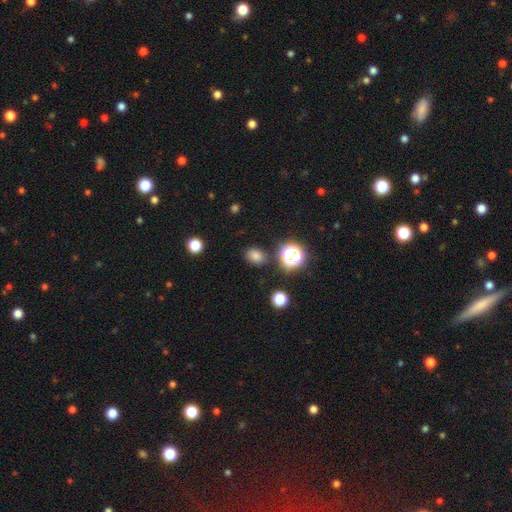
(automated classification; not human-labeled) smooth-or-featured: smooth: 74% | star or artifact: 20% | featured or disk: 6%
  how-rounded: in between: 60% | round: 39% | cigar-shaped: 1%
  merging: none: 83% | minor disturbance: 10% | merger: 3% | major disturbance: 3%